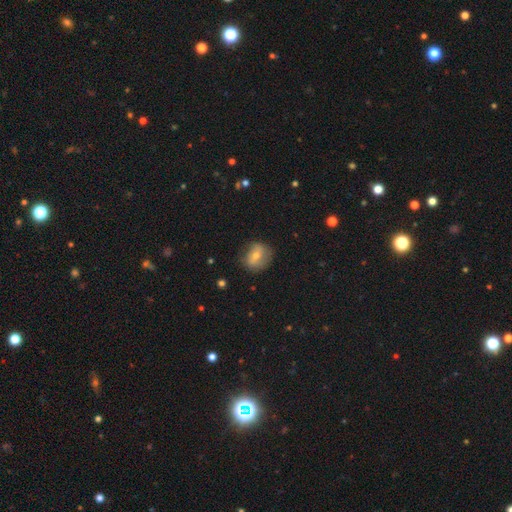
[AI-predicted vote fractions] Smooth or featured: smooth — 49% (featured or disk — 39%)
Merging: none — 77% (minor disturbance — 17%)